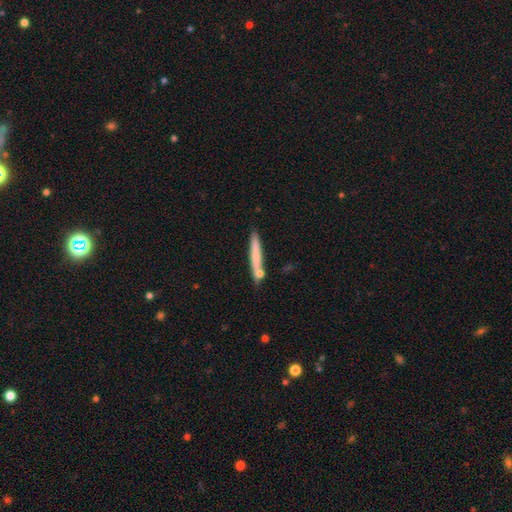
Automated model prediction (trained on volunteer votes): Q: Smooth or featured?
A: smooth (67%); runner-up: featured or disk (26%)
Q: How rounded?
A: cigar-shaped (95%); runner-up: in between (3%)
Q: Merging?
A: none (73%); runner-up: minor disturbance (13%)